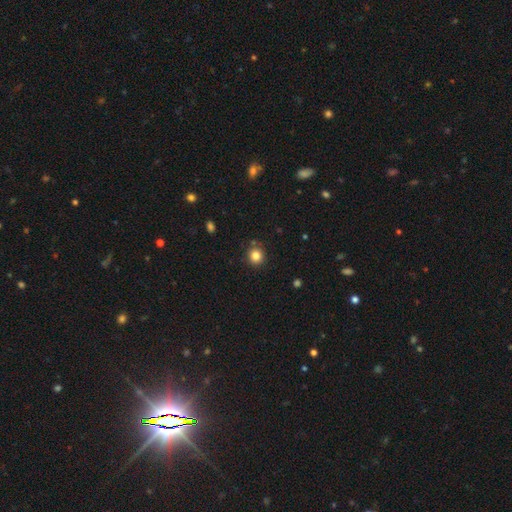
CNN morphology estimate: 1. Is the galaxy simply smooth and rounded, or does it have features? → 83% smooth, 12% star or artifact, 5% featured or disk.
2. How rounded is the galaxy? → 89% round, 10% in between, 1% cigar-shaped.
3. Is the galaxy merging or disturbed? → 84% none, 10% minor disturbance, 4% merger, 3% major disturbance.